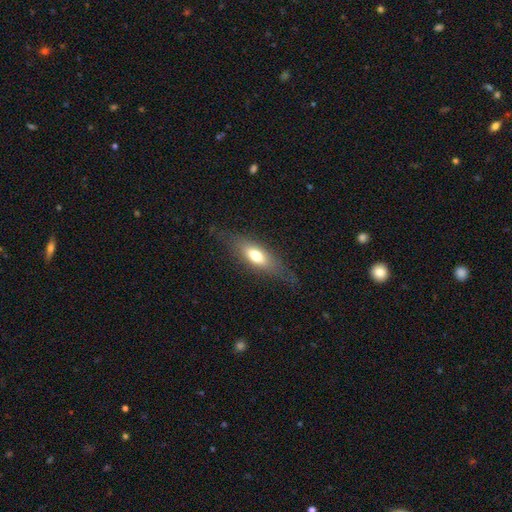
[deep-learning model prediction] smooth 61%, featured or disk 32%, star or artifact 7%. Down the decision tree: how rounded — in between (60%); merging — none (74%).